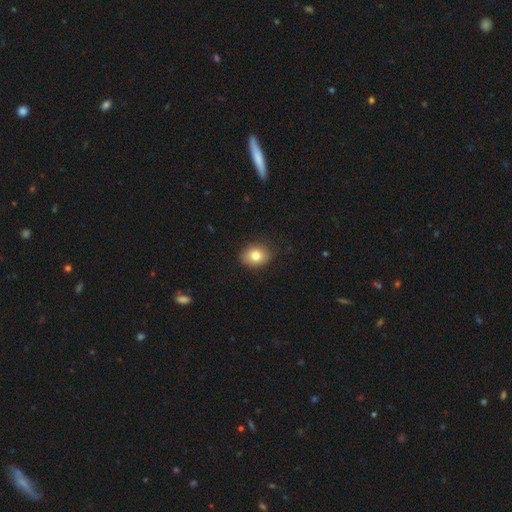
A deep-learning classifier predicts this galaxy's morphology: A smooth galaxy with no disk features (80%) that is in between round and cigar-shaped (56%). Merging: none (83%).